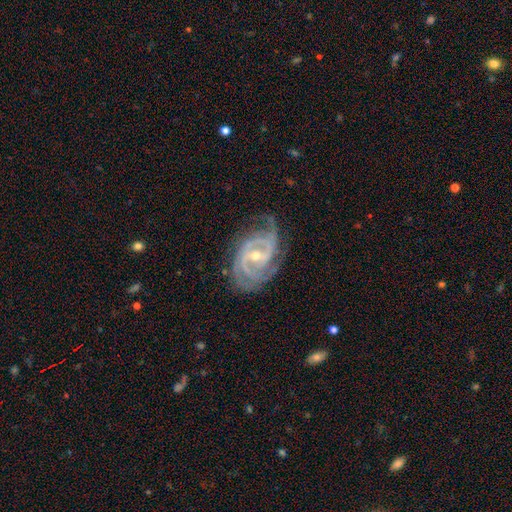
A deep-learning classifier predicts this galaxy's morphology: Smooth or featured? Predicted: featured or disk (p=0.92). Edge-on disk? Predicted: no (p=0.97). Bar? Predicted: weak (p=0.43). Spiral arms? Predicted: yes (p=0.98). Spiral winding? Predicted: tight (p=0.62). Spiral arm count? Predicted: 2 (p=0.35). Bulge size? Predicted: small (p=0.53). Merging? Predicted: none (p=0.68).